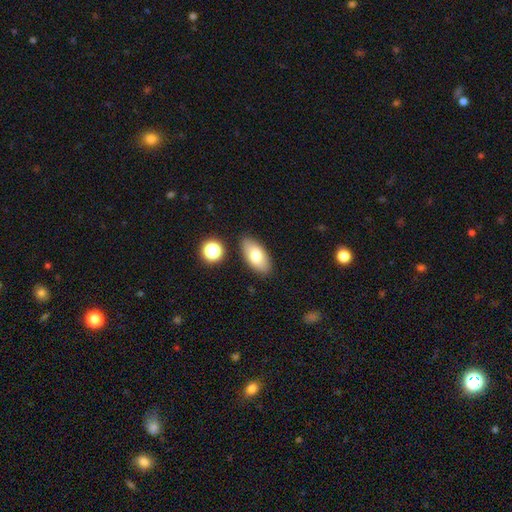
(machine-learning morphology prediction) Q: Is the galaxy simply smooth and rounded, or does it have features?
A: smooth — 76%.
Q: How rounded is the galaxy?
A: in between — 91%.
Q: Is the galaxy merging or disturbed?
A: none — 84%.